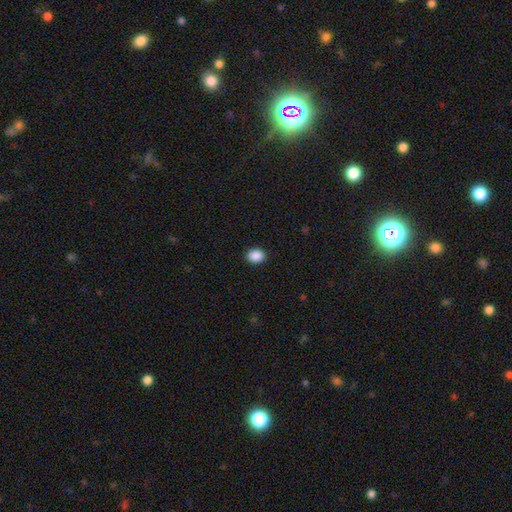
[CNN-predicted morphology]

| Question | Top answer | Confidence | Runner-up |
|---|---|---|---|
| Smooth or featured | smooth | 89% | star or artifact (8%) |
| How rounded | round | 50% | in between (49%) |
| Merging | none | 91% | minor disturbance (6%) |